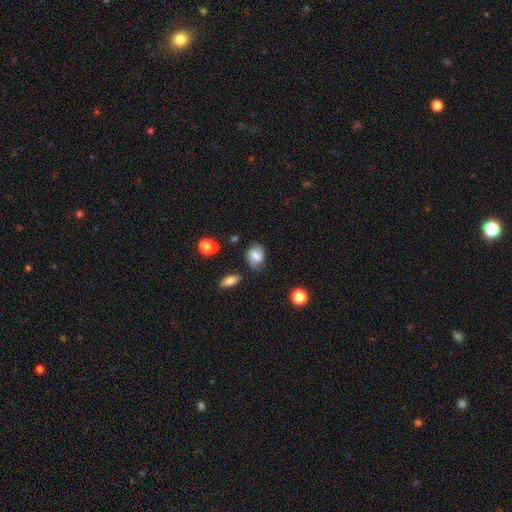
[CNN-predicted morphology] Smooth or featured?
  - smooth: 60% *
  - featured or disk: 29%
  - star or artifact: 10%
How rounded?
  - in between: 66% *
  - round: 32%
  - cigar-shaped: 2%
Merging?
  - none: 61% *
  - minor disturbance: 26%
  - major disturbance: 9%
  - merger: 4%